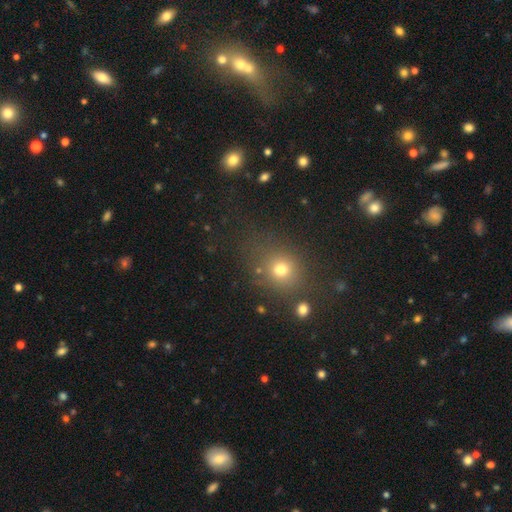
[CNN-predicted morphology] type=smooth (57%); roundness=round (73%); merging=none (80%).